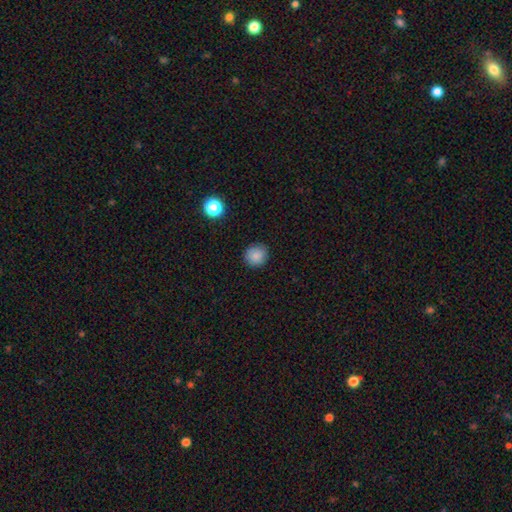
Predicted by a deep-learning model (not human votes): This is clearly a smooth galaxy (85%). How rounded: clearly round (90%). Merging: clearly none (89%).